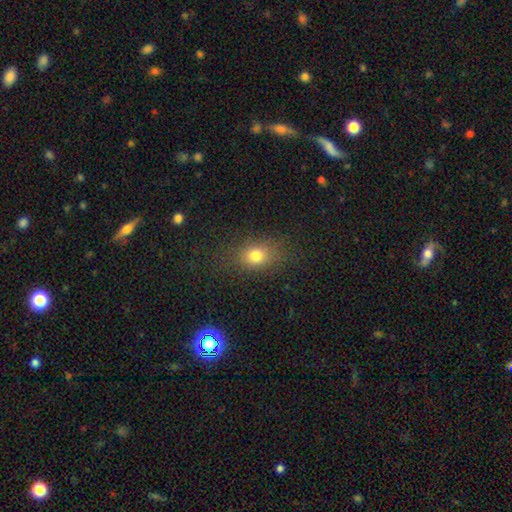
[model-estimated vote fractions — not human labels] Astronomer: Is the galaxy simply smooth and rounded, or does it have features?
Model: smooth — 77%.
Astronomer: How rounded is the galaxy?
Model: in between — 59% (runner-up: round, 39%).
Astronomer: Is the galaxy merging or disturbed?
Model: none — 79%.